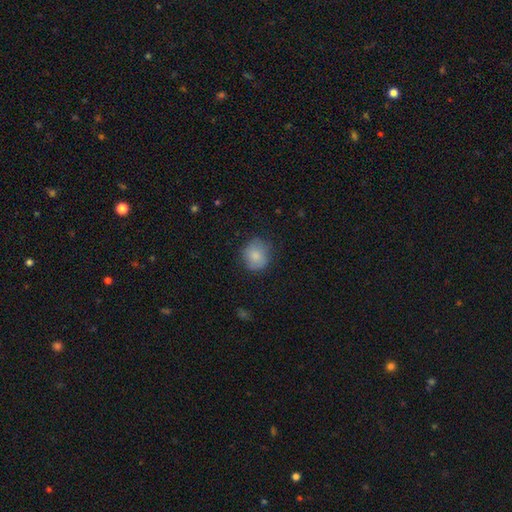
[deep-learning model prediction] Smooth or featured?
  - smooth: 83% *
  - featured or disk: 9%
  - star or artifact: 8%
How rounded?
  - round: 79% *
  - in between: 20%
  - cigar-shaped: 1%
Merging?
  - none: 72% *
  - minor disturbance: 21%
  - major disturbance: 6%
  - merger: 1%